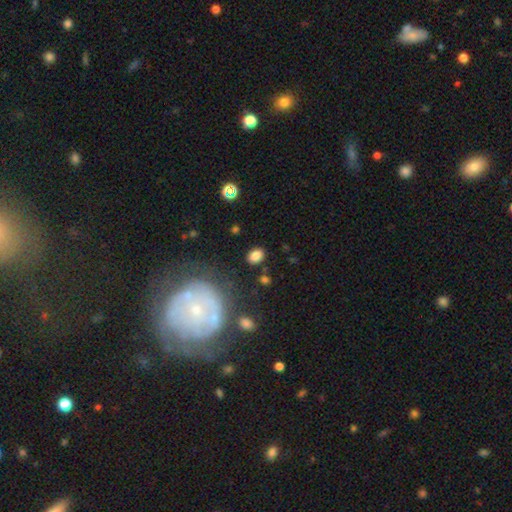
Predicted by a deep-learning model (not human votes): smooth_or_featured: smooth (p=0.83) [alt: star or artifact p=0.11]
how_rounded: in between (p=0.71) [alt: round p=0.27]
merging: none (p=0.83) [alt: minor disturbance p=0.10]